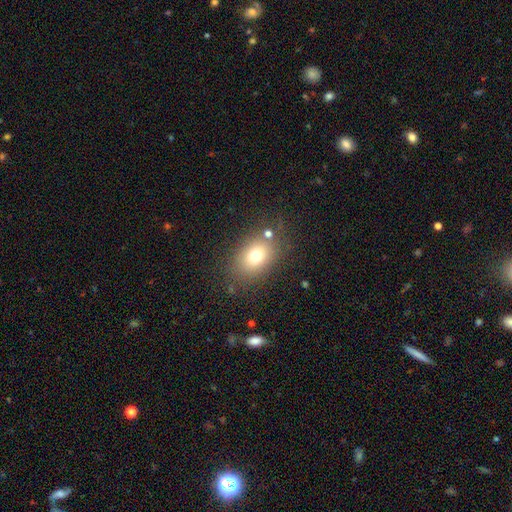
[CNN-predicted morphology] A smooth galaxy with no disk features (73%) that is in between round and cigar-shaped (71%). Merging: none (76%).